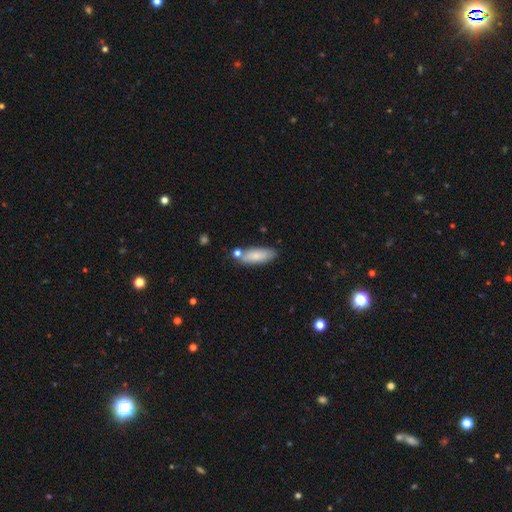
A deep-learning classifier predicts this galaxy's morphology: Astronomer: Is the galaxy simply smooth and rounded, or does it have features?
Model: smooth — 80%.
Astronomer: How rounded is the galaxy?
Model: in between — 64%.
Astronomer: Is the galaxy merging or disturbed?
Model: none — 72%.